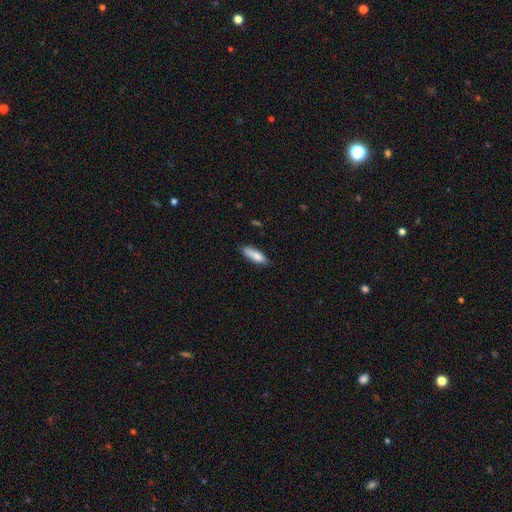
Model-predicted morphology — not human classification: Smooth or featured? smooth (83%)
How rounded? in between (49%, tied with cigar-shaped)
Merging? none (77%)